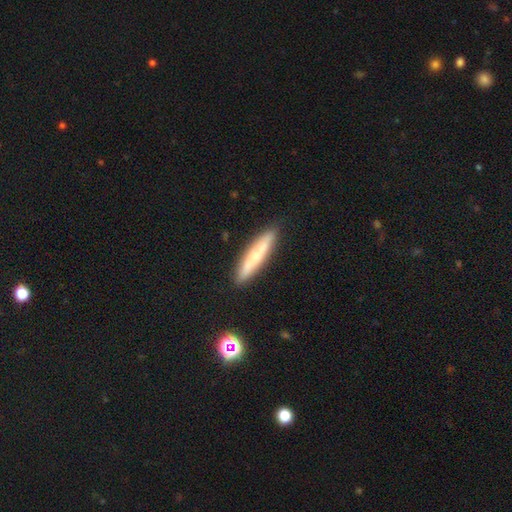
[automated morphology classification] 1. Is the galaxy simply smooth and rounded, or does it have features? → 59% smooth, 34% featured or disk, 7% star or artifact.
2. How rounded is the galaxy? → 90% cigar-shaped, 8% in between, 1% round.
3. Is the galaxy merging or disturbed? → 87% none, 9% minor disturbance, 2% merger, 2% major disturbance.